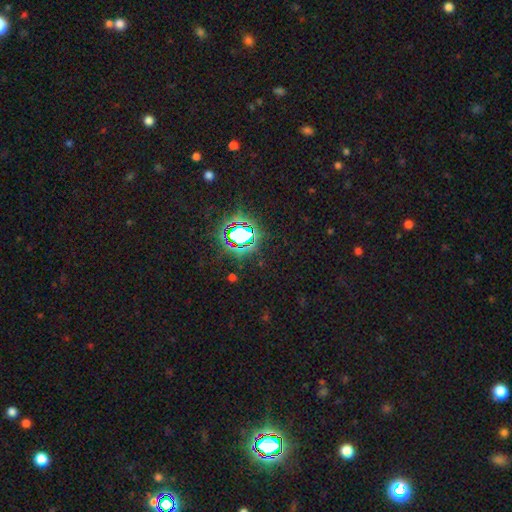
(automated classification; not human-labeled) A star or artifact, not a galaxy (78%).

Vote fractions:
- Smooth or featured? star or artifact: 78% / smooth: 14% / featured or disk: 8%